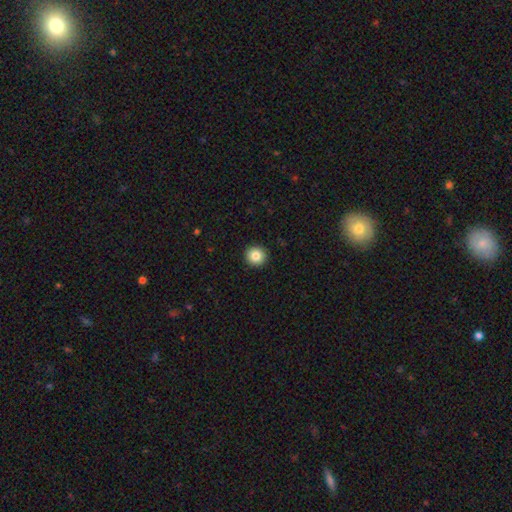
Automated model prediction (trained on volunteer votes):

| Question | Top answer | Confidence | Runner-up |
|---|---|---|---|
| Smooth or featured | smooth | 84% | star or artifact (10%) |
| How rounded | round | 93% | in between (6%) |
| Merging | none | 93% | minor disturbance (5%) |